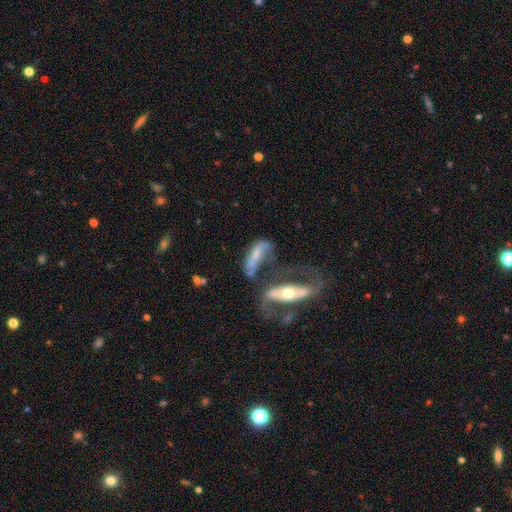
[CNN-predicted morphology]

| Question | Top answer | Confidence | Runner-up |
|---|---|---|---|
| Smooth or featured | featured or disk | 53% | smooth (37%) |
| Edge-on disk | no | 63% | yes (37%) |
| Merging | merger | 37% | major disturbance (29%) |